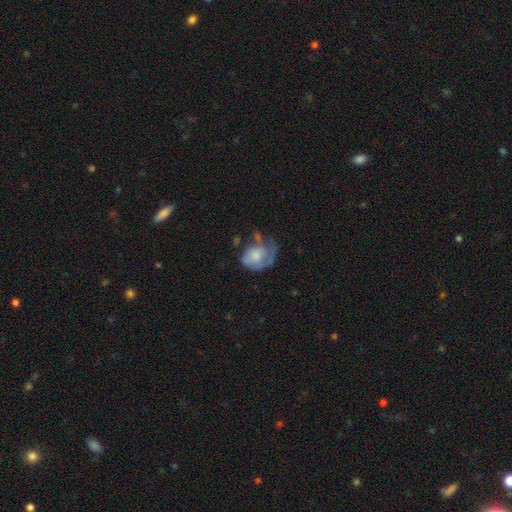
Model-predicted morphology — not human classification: Smooth or featured? smooth (54%)
How rounded? in between (59%)
Merging? major disturbance (39%)